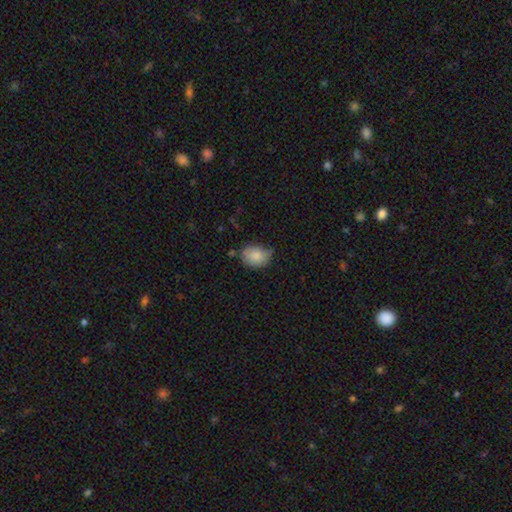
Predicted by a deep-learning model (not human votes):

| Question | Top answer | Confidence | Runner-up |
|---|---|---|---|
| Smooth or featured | smooth | 84% | featured or disk (8%) |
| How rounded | in between | 61% | round (38%) |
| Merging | none | 63% | minor disturbance (28%) |